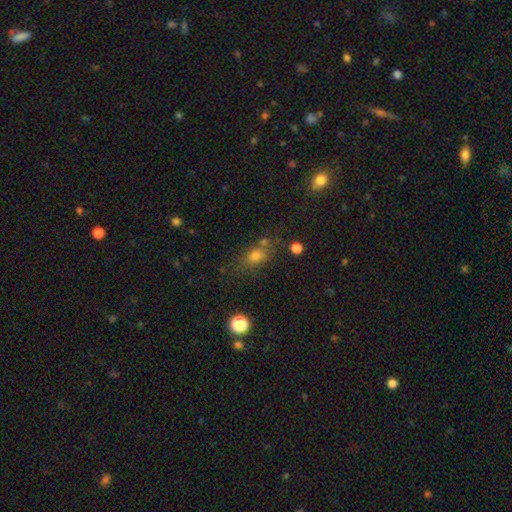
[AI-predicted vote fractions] Smooth or featured? Predicted: smooth (p=0.69). How rounded? Predicted: in between (p=0.59). Merging? Predicted: none (p=0.61).